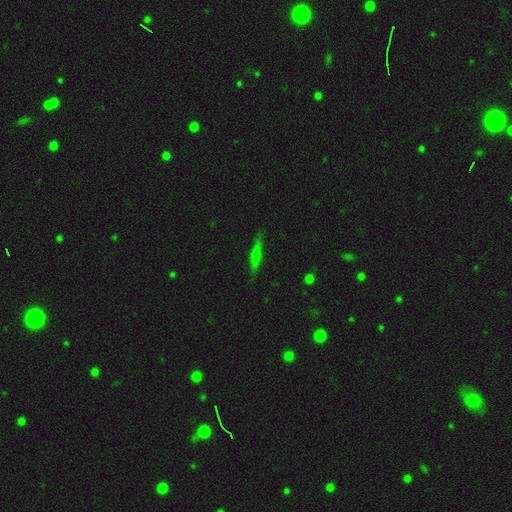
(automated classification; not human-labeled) smooth_or_featured: smooth (p=0.46) [alt: featured or disk p=0.43]
merging: none (p=0.87) [alt: minor disturbance p=0.10]